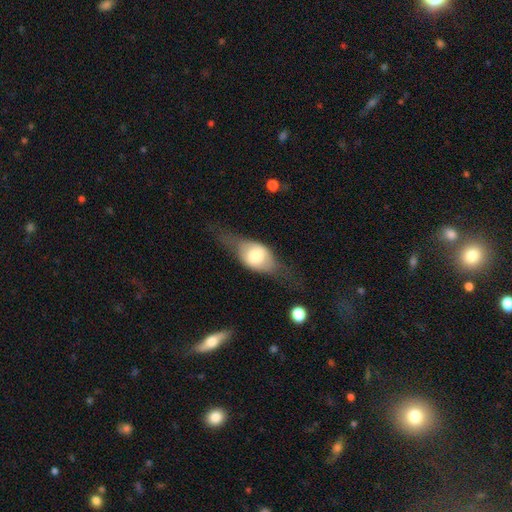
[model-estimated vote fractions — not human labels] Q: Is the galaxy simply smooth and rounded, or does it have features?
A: featured or disk — 53%.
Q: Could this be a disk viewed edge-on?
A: yes — 73%.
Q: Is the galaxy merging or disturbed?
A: none — 54%.